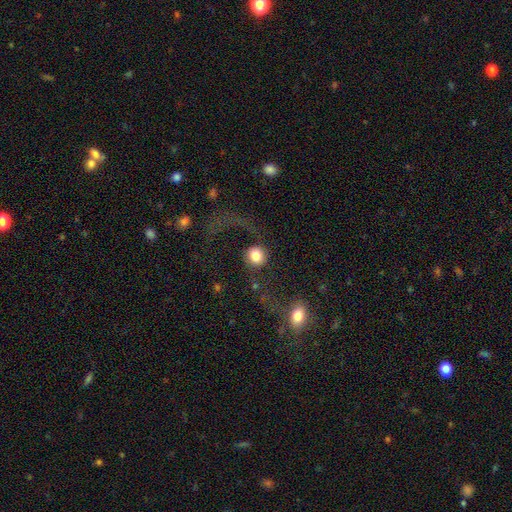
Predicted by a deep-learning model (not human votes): A smooth galaxy with no disk features (71%) that is round (88%).

Vote fractions:
- Smooth or featured? smooth: 71% / featured or disk: 21% / star or artifact: 8%
- How rounded? round: 88% / in between: 10% / cigar-shaped: 1%
- Merging? none: 45% / major disturbance: 34% / minor disturbance: 12% / merger: 8%